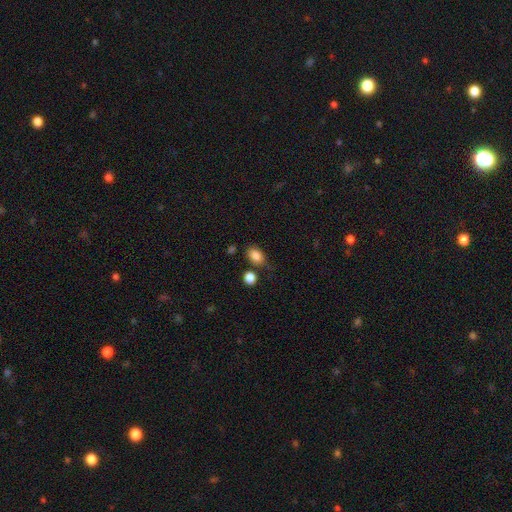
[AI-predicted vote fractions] Smooth or featured? smooth (84%)
How rounded? in between (76%)
Merging? none (69%)